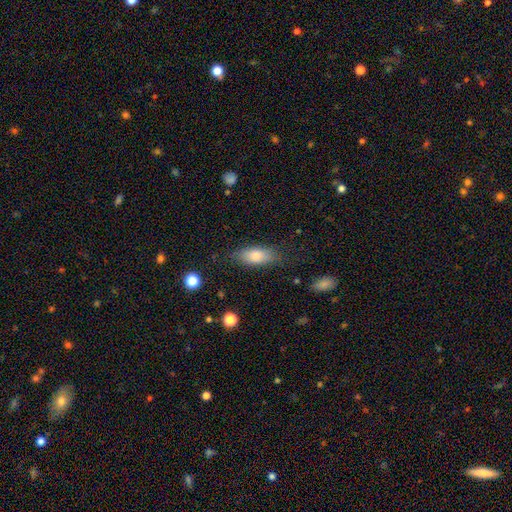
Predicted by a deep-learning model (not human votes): Smooth or featured?
  - smooth: 77% *
  - featured or disk: 16%
  - star or artifact: 7%
How rounded?
  - in between: 75% *
  - cigar-shaped: 22%
  - round: 3%
Merging?
  - none: 79% *
  - minor disturbance: 15%
  - major disturbance: 4%
  - merger: 2%